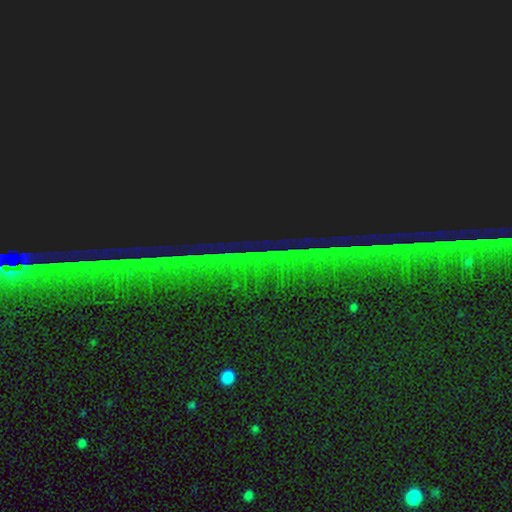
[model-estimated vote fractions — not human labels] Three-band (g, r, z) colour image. It shows a star or artifact, not a galaxy (87%).